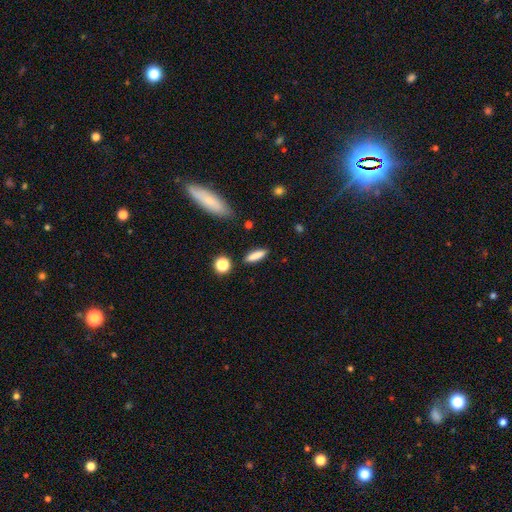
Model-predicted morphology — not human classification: Overall: smooth (82%). How rounded: cigar-shaped (66%; in between 31%). Merging: none (86%).